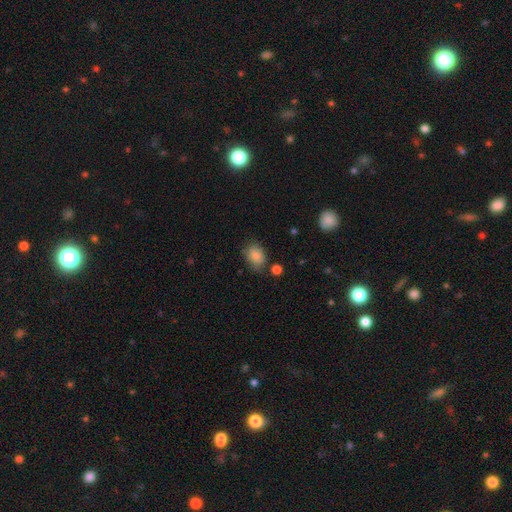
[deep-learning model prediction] Smooth or featured: smooth — 85% (star or artifact — 9%)
How rounded: in between — 72% (round — 27%)
Merging: none — 71% (minor disturbance — 20%)